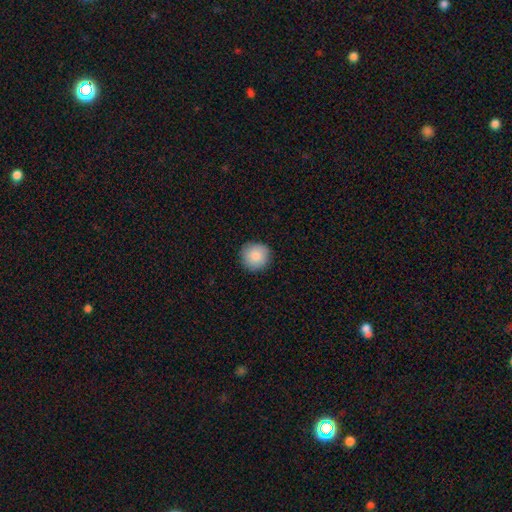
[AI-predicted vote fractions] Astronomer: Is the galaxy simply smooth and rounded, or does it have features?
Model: smooth — 87%.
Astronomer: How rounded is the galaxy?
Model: round — 94%.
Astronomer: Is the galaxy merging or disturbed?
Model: none — 90%.